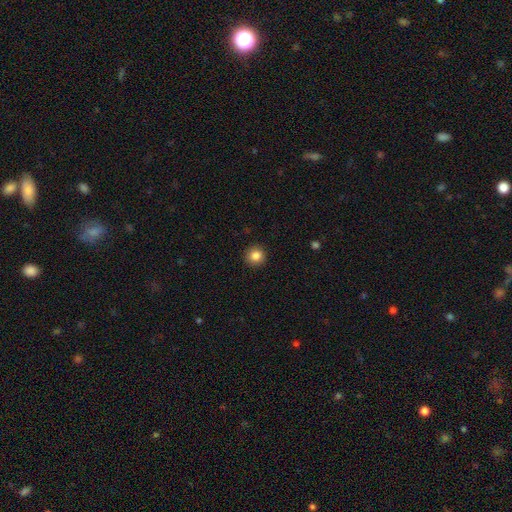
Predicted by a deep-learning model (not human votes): Overall: smooth (85%). How rounded: round (93%). Merging: none (92%).